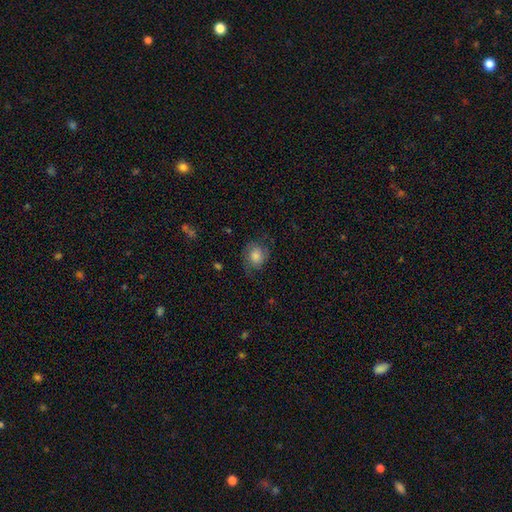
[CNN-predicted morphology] Smooth or featured? smooth (54%)
How rounded? round (66%)
Merging? none (67%)